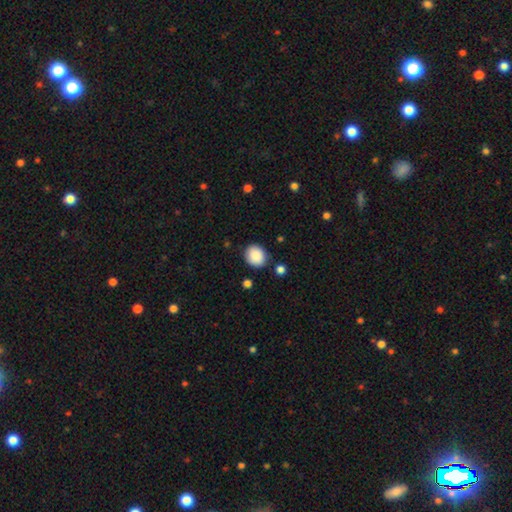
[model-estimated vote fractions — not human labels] smooth_or_featured: smooth (p=0.88) [alt: star or artifact p=0.08]
how_rounded: round (p=0.70) [alt: in between p=0.29]
merging: none (p=0.84) [alt: minor disturbance p=0.11]